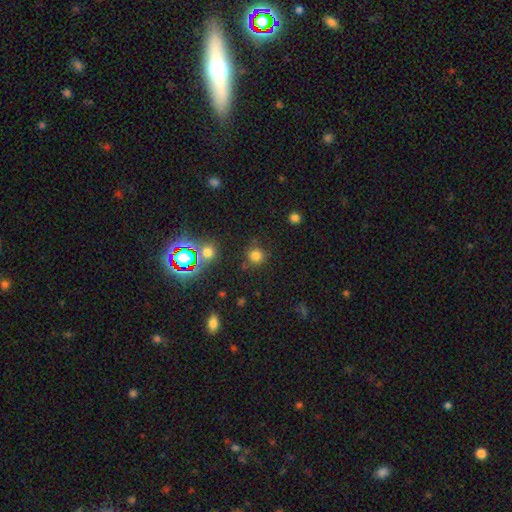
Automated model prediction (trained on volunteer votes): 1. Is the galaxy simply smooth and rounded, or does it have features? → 75% smooth, 20% star or artifact, 6% featured or disk.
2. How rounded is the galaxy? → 92% round, 7% in between, 1% cigar-shaped.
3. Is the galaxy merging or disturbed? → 81% none, 10% minor disturbance, 5% merger, 4% major disturbance.